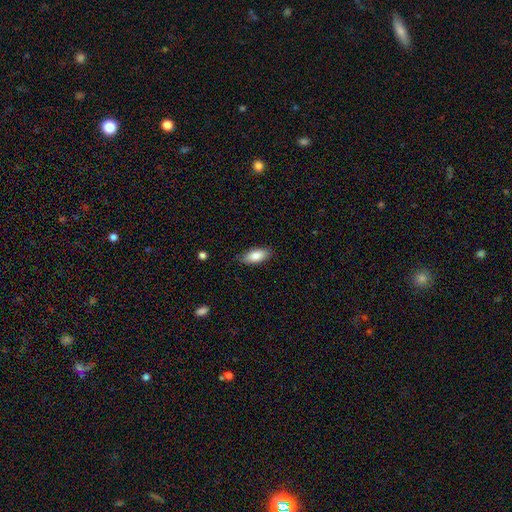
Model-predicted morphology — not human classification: A smooth galaxy with no disk features (83%) that is in between round and cigar-shaped (87%).

Vote fractions:
- Smooth or featured? smooth: 83% / featured or disk: 10% / star or artifact: 7%
- How rounded? in between: 87% / cigar-shaped: 11% / round: 2%
- Merging? none: 85% / minor disturbance: 12% / major disturbance: 2% / merger: 1%